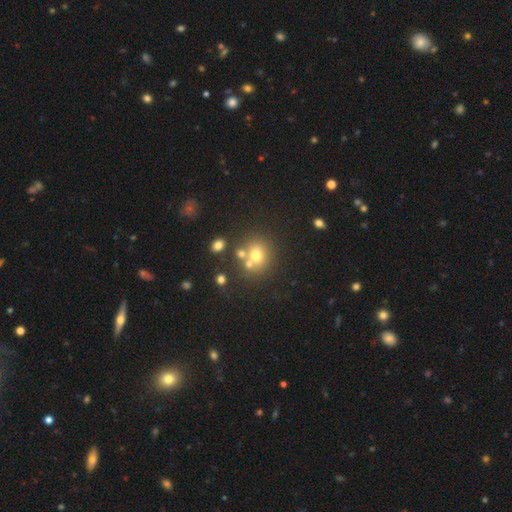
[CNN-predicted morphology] A smooth galaxy with no disk features (67%) that is round (79%). Merging: none (58%).